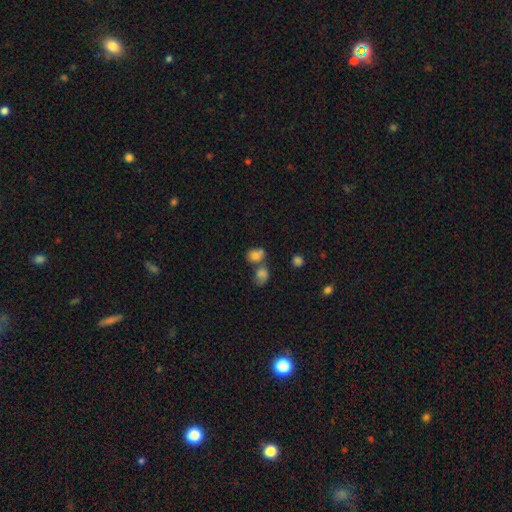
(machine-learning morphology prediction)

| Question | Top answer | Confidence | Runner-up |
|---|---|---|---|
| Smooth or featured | smooth | 77% | star or artifact (12%) |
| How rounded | round | 54% | in between (44%) |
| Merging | merger | 48% | none (36%) |